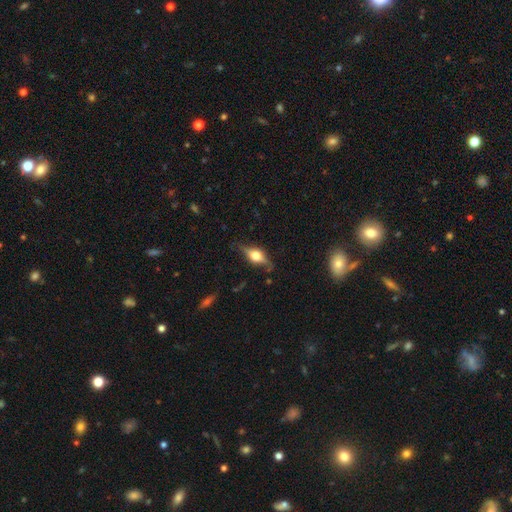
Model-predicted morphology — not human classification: A featured or disk galaxy (60%) viewed edge-on (89%) with a rounded central bulge (92%).

Vote fractions:
- Smooth or featured? featured or disk: 60% / smooth: 33% / star or artifact: 8%
- Edge-on disk? yes: 89% / no: 11%
- Edge-on bulge? rounded: 92% / boxy: 6% / none: 1%
- Merging? none: 74% / minor disturbance: 19% / major disturbance: 5% / merger: 2%